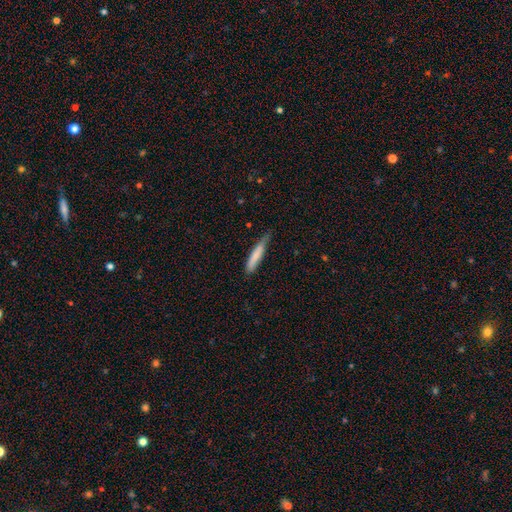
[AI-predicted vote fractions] The model was most divided on "merging": none: 58%, minor disturbance: 34%, major disturbance: 6%, merger: 2%. More confident: how rounded — cigar-shaped (90%); smooth or featured — smooth (79%).